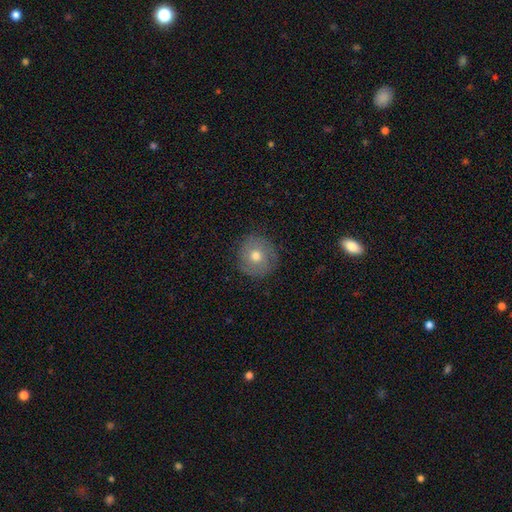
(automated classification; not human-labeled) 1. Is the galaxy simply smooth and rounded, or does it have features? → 63% smooth, 26% featured or disk, 11% star or artifact.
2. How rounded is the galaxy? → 93% round, 6% in between, 1% cigar-shaped.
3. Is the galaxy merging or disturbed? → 85% none, 10% minor disturbance, 3% major disturbance, 1% merger.